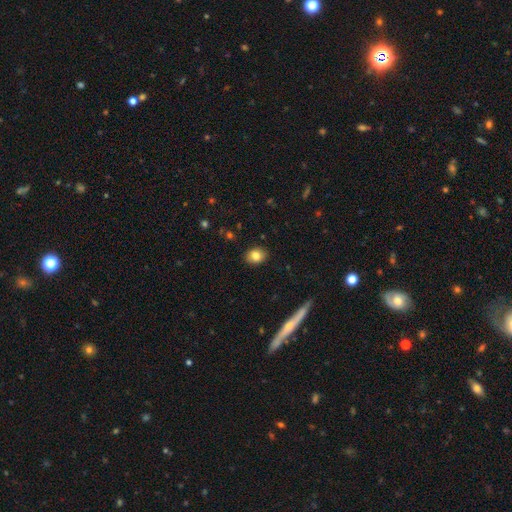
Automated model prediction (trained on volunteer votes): A smooth galaxy with no disk features (83%) that is in between round and cigar-shaped (54%).

Vote fractions:
- Smooth or featured? smooth: 83% / star or artifact: 9% / featured or disk: 8%
- How rounded? in between: 54% / round: 45% / cigar-shaped: 1%
- Merging? none: 90% / minor disturbance: 7% / major disturbance: 2% / merger: 1%